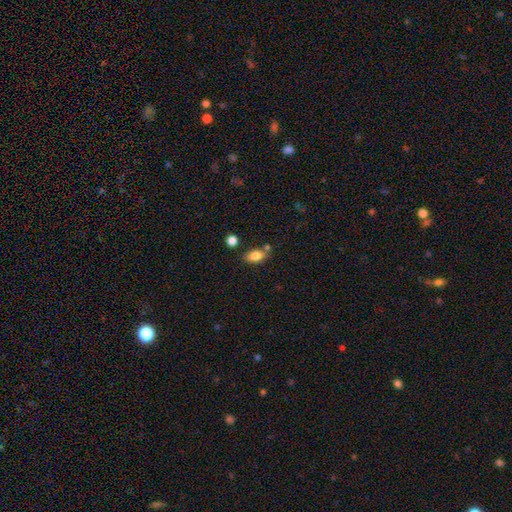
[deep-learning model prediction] Q: Smooth or featured?
A: smooth (83%); runner-up: star or artifact (9%)
Q: How rounded?
A: in between (87%); runner-up: round (8%)
Q: Merging?
A: none (67%); runner-up: minor disturbance (16%)